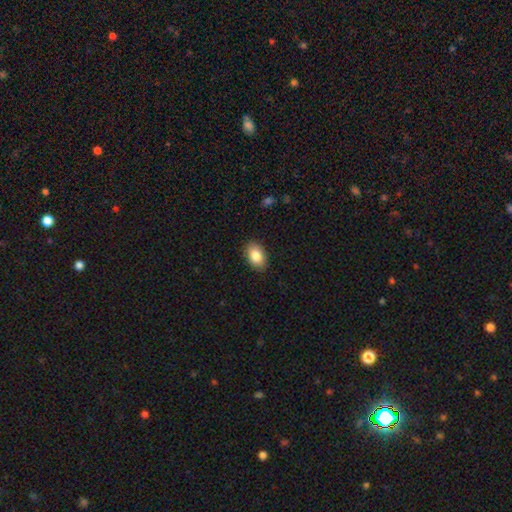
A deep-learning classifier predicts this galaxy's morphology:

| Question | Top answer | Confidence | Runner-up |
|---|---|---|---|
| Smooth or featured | smooth | 85% | featured or disk (8%) |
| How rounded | in between | 89% | round (10%) |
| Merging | none | 88% | minor disturbance (9%) |